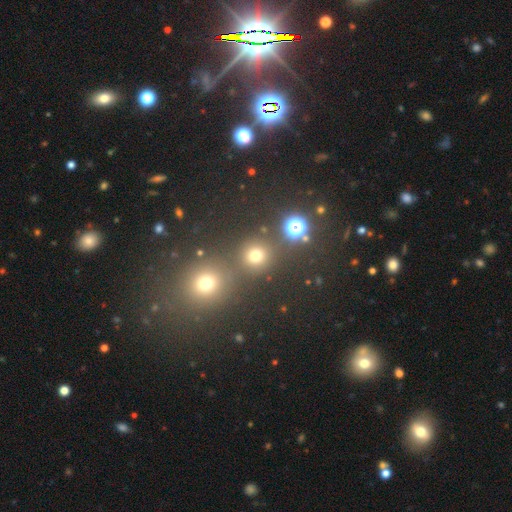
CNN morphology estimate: smooth-or-featured: smooth: 68% | star or artifact: 26% | featured or disk: 6%
  how-rounded: round: 91% | in between: 8% | cigar-shaped: 1%
  merging: none: 78% | merger: 12% | minor disturbance: 7% | major disturbance: 4%